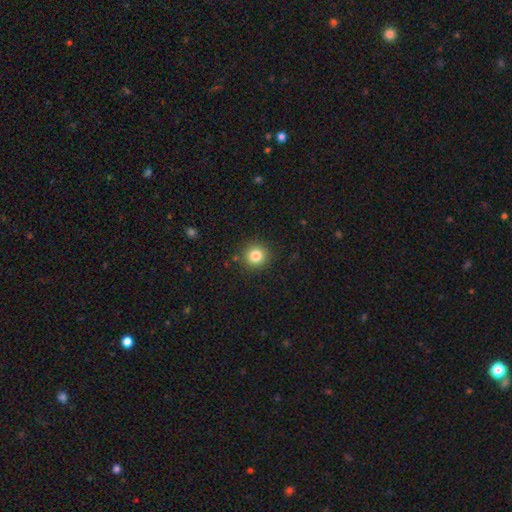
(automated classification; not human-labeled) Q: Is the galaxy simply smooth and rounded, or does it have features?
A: smooth — 83%.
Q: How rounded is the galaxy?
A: round — 93%.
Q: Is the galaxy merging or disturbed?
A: none — 90%.